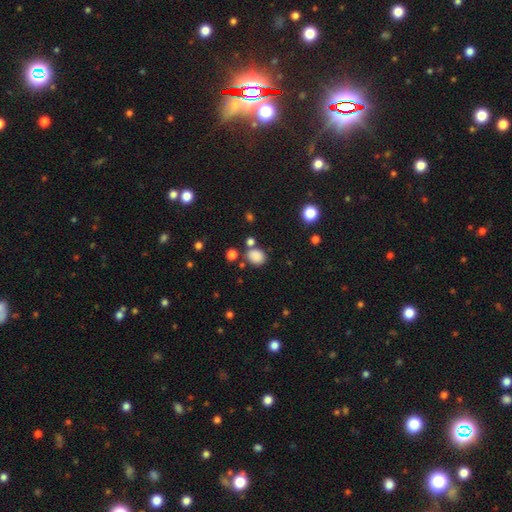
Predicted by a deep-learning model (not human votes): smooth 84%, star or artifact 12%, featured or disk 4%. Down the decision tree: how rounded — round (50%); merging — none (71%).